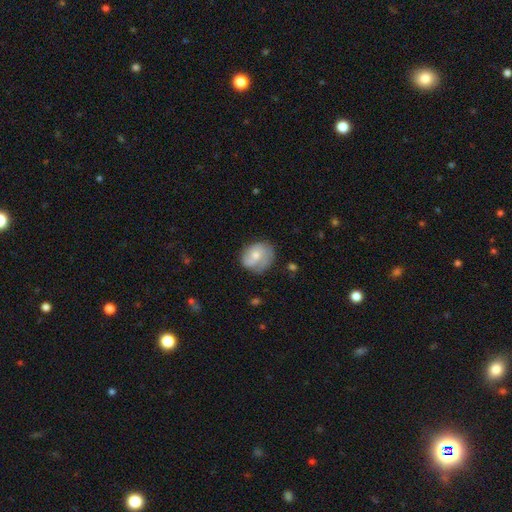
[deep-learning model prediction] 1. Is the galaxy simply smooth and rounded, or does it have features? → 48% smooth, 45% featured or disk, 7% star or artifact.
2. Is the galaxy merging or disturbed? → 60% none, 27% minor disturbance, 11% major disturbance, 2% merger.